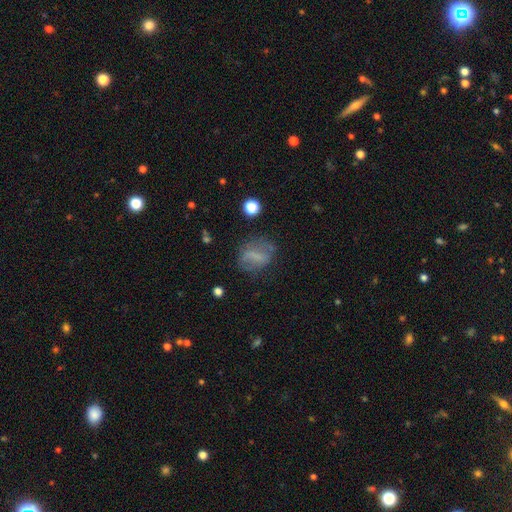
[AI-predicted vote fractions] Q: Smooth or featured?
A: smooth (53%); runner-up: featured or disk (34%)
Q: How rounded?
A: in between (59%); runner-up: round (35%)
Q: Merging?
A: none (62%); runner-up: minor disturbance (21%)